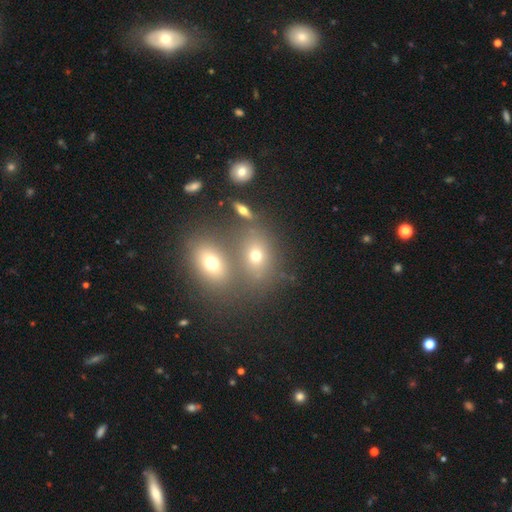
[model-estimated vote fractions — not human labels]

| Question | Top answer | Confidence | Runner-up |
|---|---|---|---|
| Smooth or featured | smooth | 66% | featured or disk (17%) |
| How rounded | in between | 56% | round (42%) |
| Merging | none | 51% | merger (34%) |